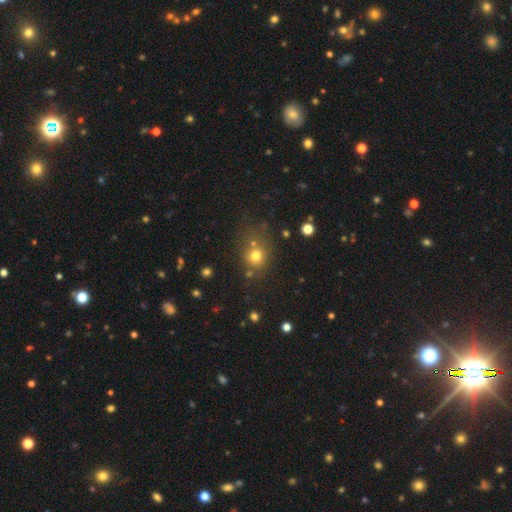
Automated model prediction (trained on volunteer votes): A smooth galaxy with no disk features (73%) that is round (82%). Merging: none (64%).